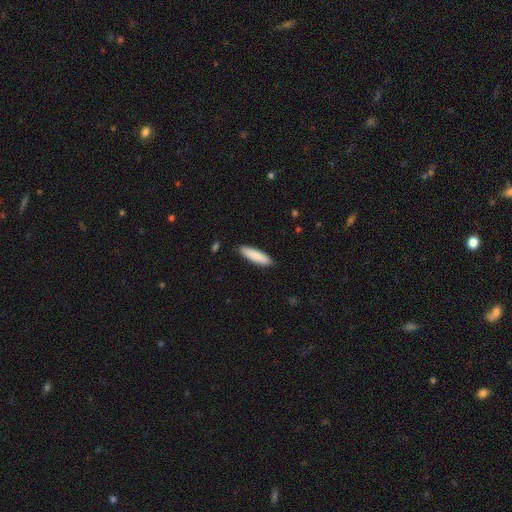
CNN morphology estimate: This is clearly a smooth galaxy (87%). How rounded: likely cigar-shaped (69%). Merging: clearly none (89%).